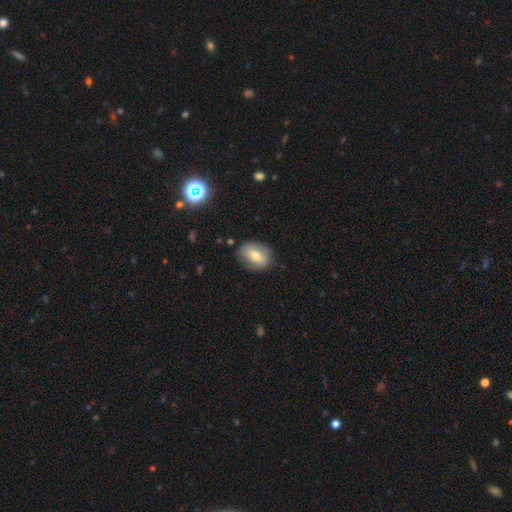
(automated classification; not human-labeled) The model was most divided on "smooth or featured": smooth: 62%, featured or disk: 30%, star or artifact: 8%. More confident: merging — none (78%); how rounded — in between (71%).